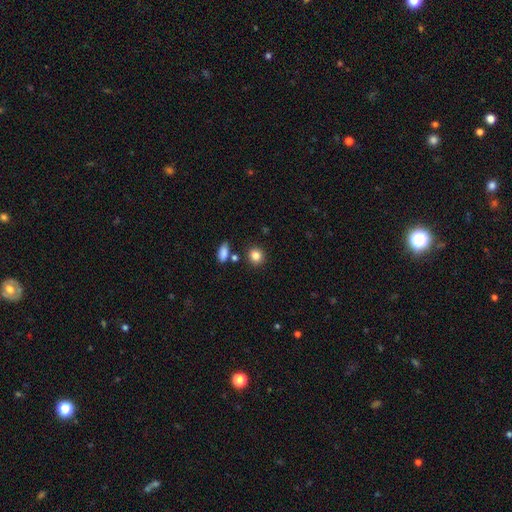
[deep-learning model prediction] Smooth or featured: smooth — 84% (star or artifact — 10%)
How rounded: round — 83% (in between — 16%)
Merging: none — 83% (minor disturbance — 8%)